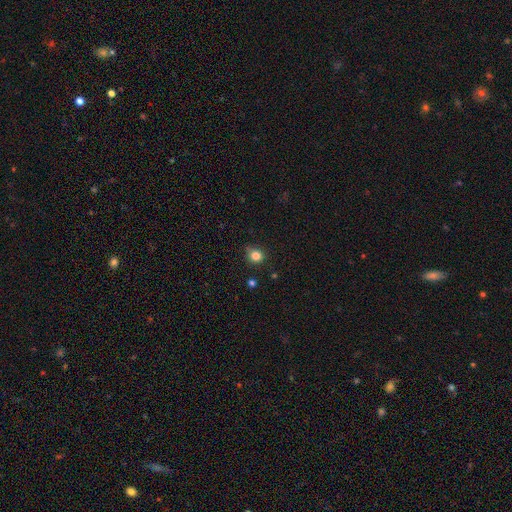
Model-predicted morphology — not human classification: smooth 82%, star or artifact 13%, featured or disk 5%. Down the decision tree: how rounded — round (87%); merging — none (78%).